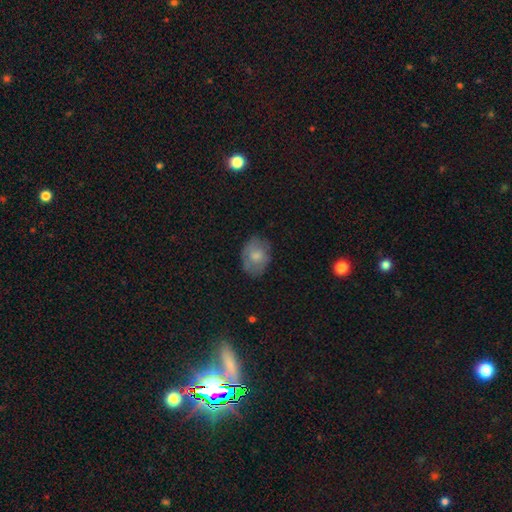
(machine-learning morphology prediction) Smooth or featured?
  - smooth: 67% *
  - featured or disk: 26%
  - star or artifact: 7%
How rounded?
  - in between: 66% *
  - round: 33%
  - cigar-shaped: 1%
Merging?
  - none: 67% *
  - minor disturbance: 24%
  - major disturbance: 8%
  - merger: 1%